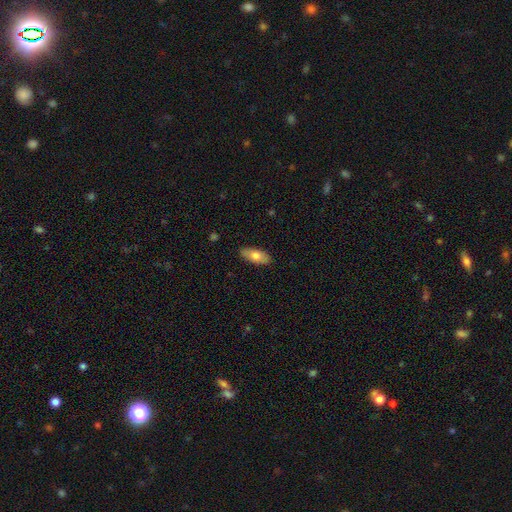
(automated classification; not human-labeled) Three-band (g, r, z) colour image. It shows a smooth galaxy with no disk features (75%) that is in between round and cigar-shaped (84%). Merging: none (88%).